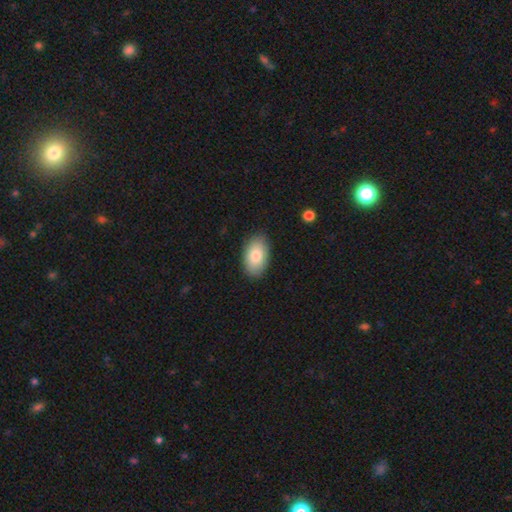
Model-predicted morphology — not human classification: A smooth galaxy with no disk features (81%) that is in between round and cigar-shaped (93%). Merging: none (87%).